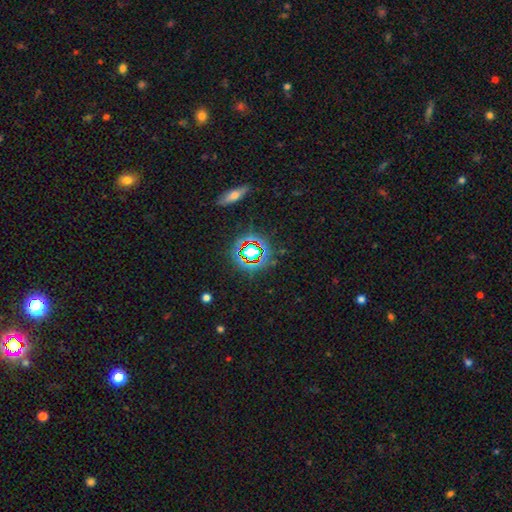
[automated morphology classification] The model was most divided on "smooth or featured": star or artifact: 71%, smooth: 18%, featured or disk: 11%.